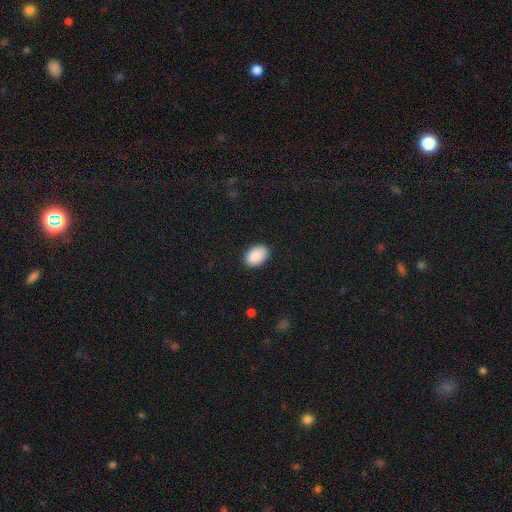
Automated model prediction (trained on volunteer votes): This is clearly a smooth galaxy (90%). How rounded: clearly in between (85%). Merging: clearly none (88%).